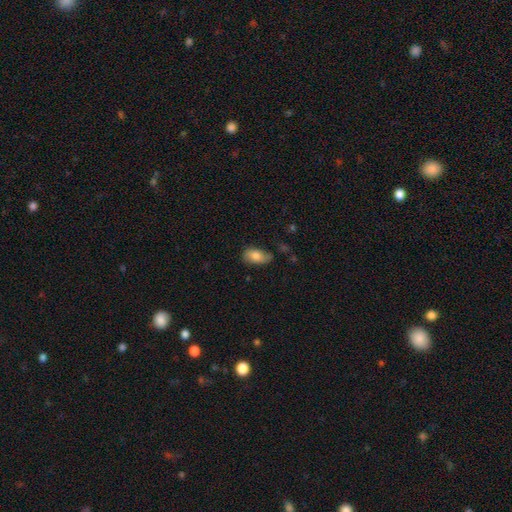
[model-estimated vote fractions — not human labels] smooth 80%, featured or disk 13%, star or artifact 7%. Down the decision tree: how rounded — in between (92%); merging — none (63%).